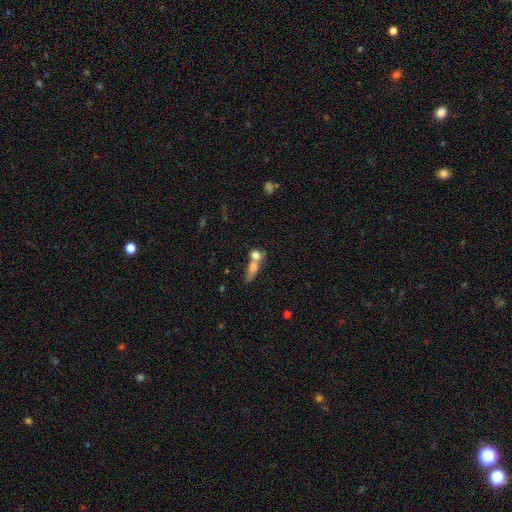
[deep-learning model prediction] smooth 69%, featured or disk 20%, star or artifact 11%. Down the decision tree: how rounded — in between (51%); merging — merger (66%).